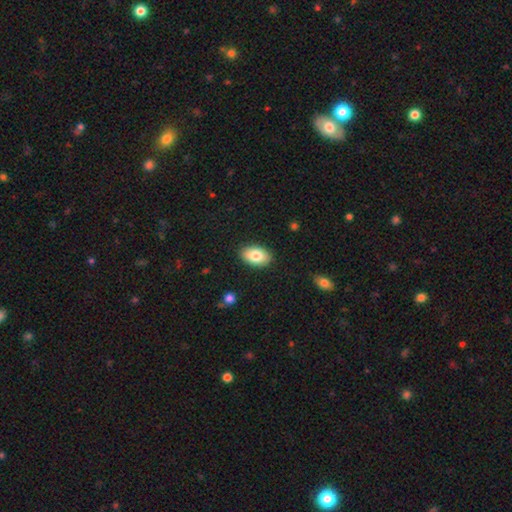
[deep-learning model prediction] This is clearly a smooth galaxy (81%). How rounded: clearly in between (91%). Merging: clearly none (88%).